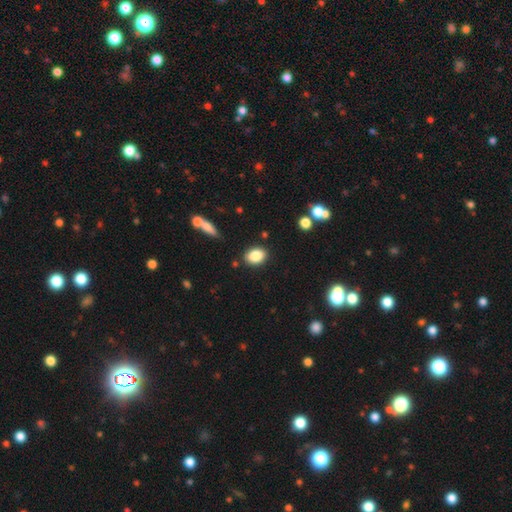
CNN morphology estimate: Smooth or featured?
  - smooth: 85% *
  - star or artifact: 8%
  - featured or disk: 6%
How rounded?
  - in between: 76% *
  - round: 23%
  - cigar-shaped: 1%
Merging?
  - none: 84% *
  - minor disturbance: 10%
  - merger: 3%
  - major disturbance: 3%